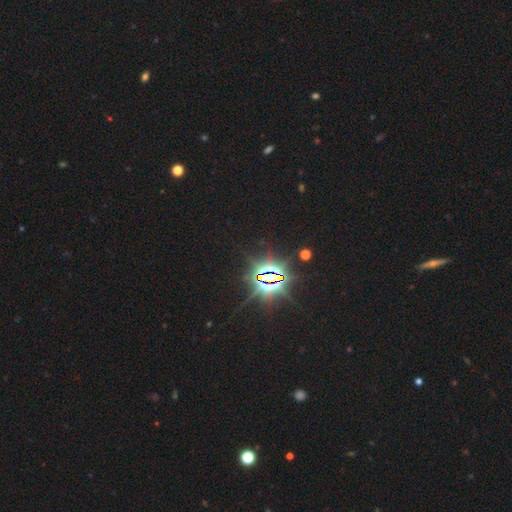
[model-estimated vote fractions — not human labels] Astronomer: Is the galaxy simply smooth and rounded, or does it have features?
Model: star or artifact — 86%.